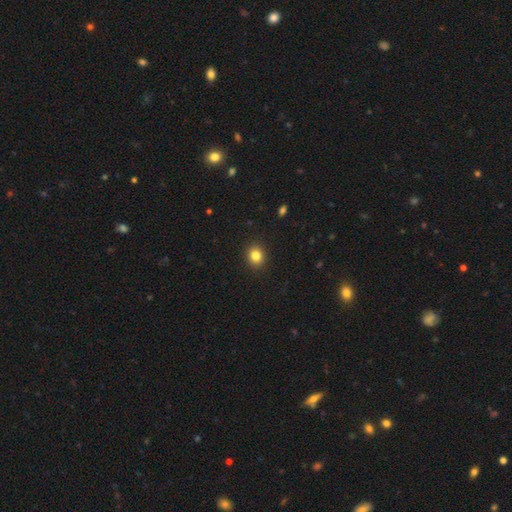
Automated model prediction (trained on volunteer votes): A smooth galaxy with no disk features (83%) that is round (78%).

Vote fractions:
- Smooth or featured? smooth: 83% / star or artifact: 11% / featured or disk: 6%
- How rounded? round: 78% / in between: 21% / cigar-shaped: 1%
- Merging? none: 92% / minor disturbance: 5% / major disturbance: 2% / merger: 1%